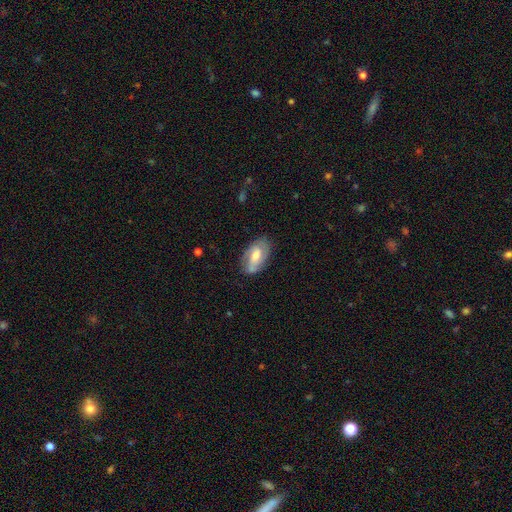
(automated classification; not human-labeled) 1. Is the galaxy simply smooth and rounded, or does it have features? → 59% featured or disk, 34% smooth, 6% star or artifact.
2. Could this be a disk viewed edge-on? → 94% no, 6% yes.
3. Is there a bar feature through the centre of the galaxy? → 45% weak, 40% no, 15% strong.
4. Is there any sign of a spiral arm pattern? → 83% yes, 17% no.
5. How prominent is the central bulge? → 62% moderate, 25% small, 10% large, 3% none, 1% dominant.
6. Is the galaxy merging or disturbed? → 73% none, 20% minor disturbance, 5% major disturbance, 2% merger.